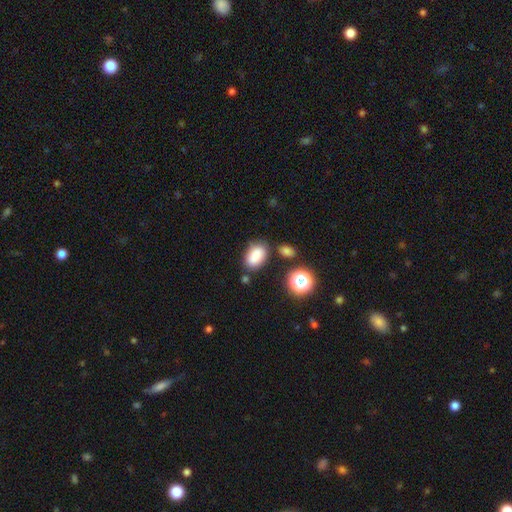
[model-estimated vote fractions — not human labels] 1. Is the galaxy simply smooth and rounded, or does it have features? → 83% smooth, 10% star or artifact, 7% featured or disk.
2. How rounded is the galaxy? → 87% in between, 12% round, 2% cigar-shaped.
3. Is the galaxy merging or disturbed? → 73% none, 16% minor disturbance, 7% merger, 4% major disturbance.